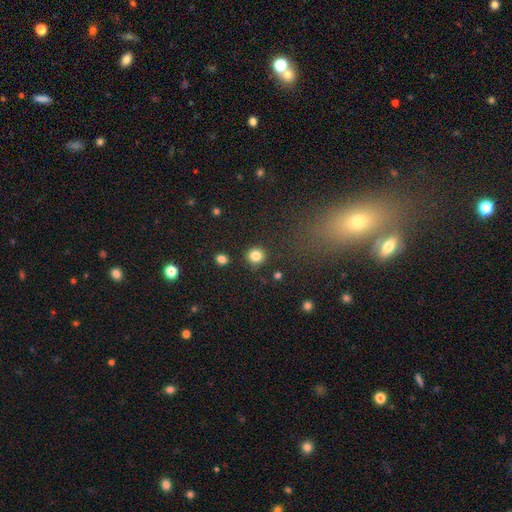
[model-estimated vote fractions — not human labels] Smooth or featured: smooth — 84% (star or artifact — 11%)
How rounded: round — 92% (in between — 7%)
Merging: none — 88% (minor disturbance — 7%)